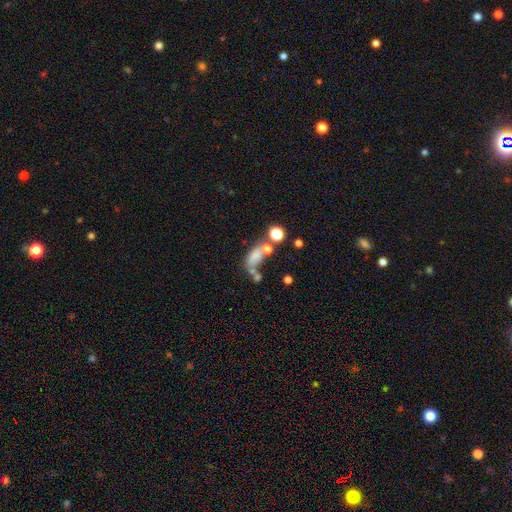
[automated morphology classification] Smooth or featured: smooth — 66% (featured or disk — 18%)
How rounded: in between — 73% (round — 14%)
Merging: none — 35% (merger — 34%)